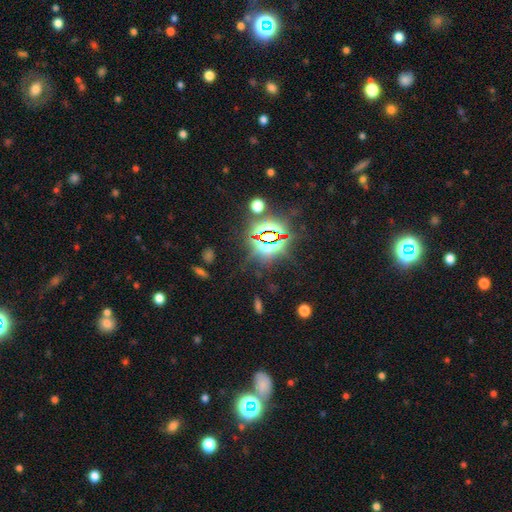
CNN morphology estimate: Overall: star or artifact (79%).